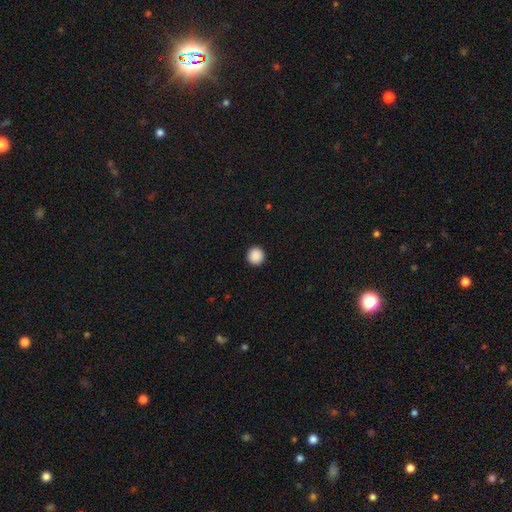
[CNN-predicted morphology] This is clearly a smooth galaxy (90%). How rounded: clearly round (96%). Merging: clearly none (94%).